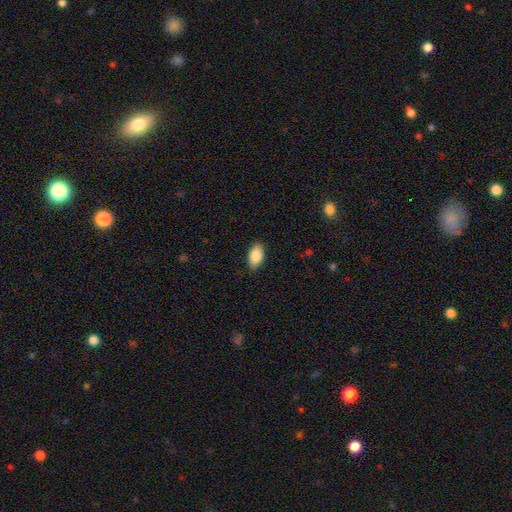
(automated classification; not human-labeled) This appears to be a smooth galaxy with no disk features (86%) that is in between round and cigar-shaped (93%). Merging: none (88%).